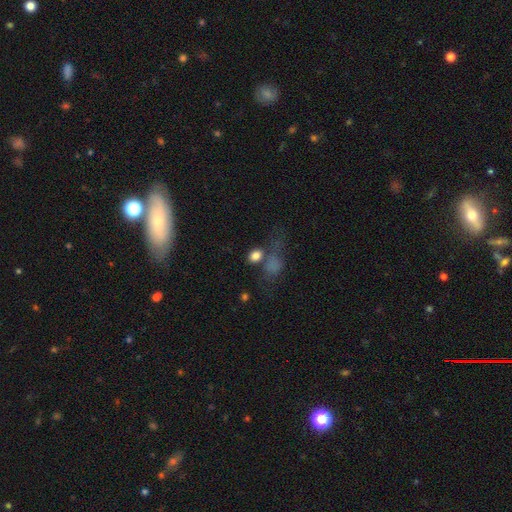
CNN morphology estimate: The model was most divided on "how rounded": in between: 61%, round: 37%, cigar-shaped: 2%. Remaining: smooth or featured — smooth (79%); merging — none (49%).